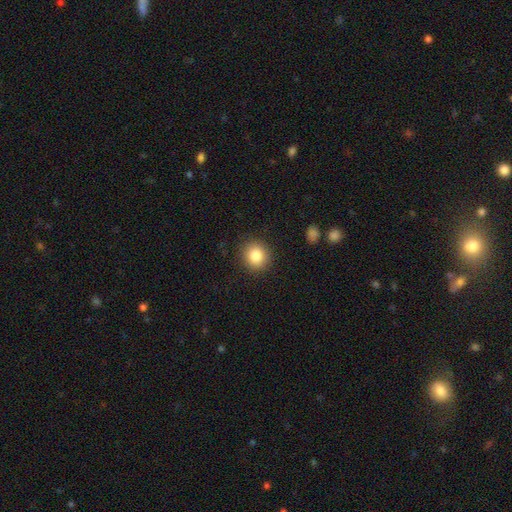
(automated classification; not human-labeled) Smooth or featured? smooth (84%)
How rounded? round (84%)
Merging? none (90%)